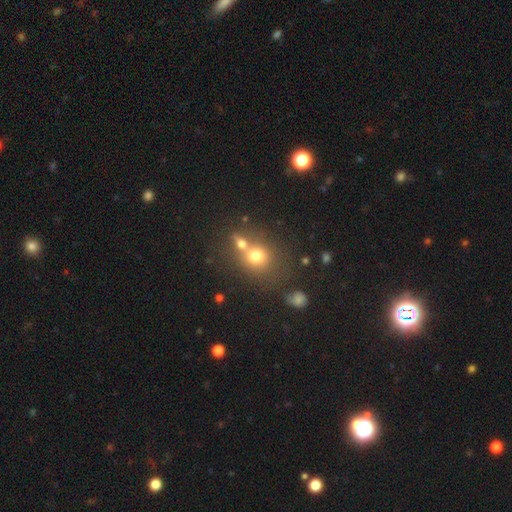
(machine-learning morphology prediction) smooth-or-featured: smooth: 71% | featured or disk: 15% | star or artifact: 14%
  how-rounded: round: 77% | in between: 22% | cigar-shaped: 1%
  merging: merger: 47% | none: 39% | minor disturbance: 9% | major disturbance: 5%